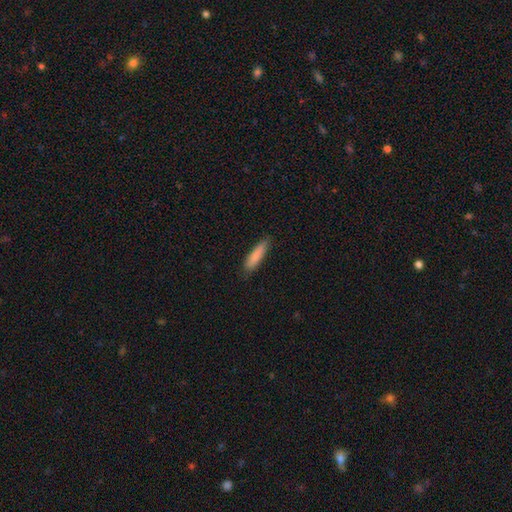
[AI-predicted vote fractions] This appears to be a smooth galaxy with no disk features (85%) that is cigar-shaped (80%). Merging: none (85%).